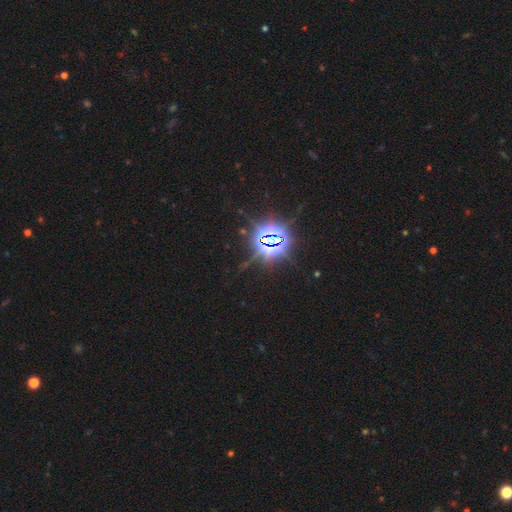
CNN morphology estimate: star or artifact 86%, smooth 9%, featured or disk 5%.